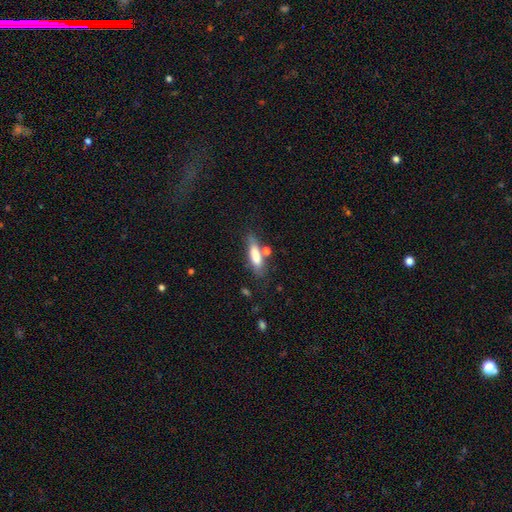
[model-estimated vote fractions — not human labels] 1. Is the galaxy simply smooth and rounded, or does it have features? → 78% smooth, 15% featured or disk, 7% star or artifact.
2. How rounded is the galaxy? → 53% cigar-shaped, 45% in between, 2% round.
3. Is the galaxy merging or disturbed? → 62% none, 18% minor disturbance, 13% merger, 6% major disturbance.